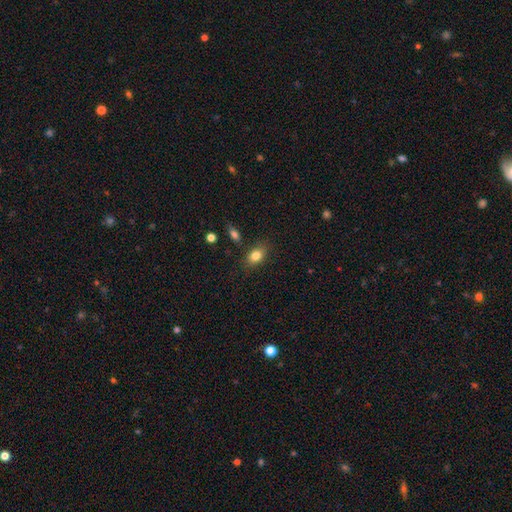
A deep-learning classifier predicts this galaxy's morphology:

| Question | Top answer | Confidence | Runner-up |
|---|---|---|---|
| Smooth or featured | smooth | 82% | star or artifact (9%) |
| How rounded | in between | 80% | round (18%) |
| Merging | none | 80% | minor disturbance (13%) |